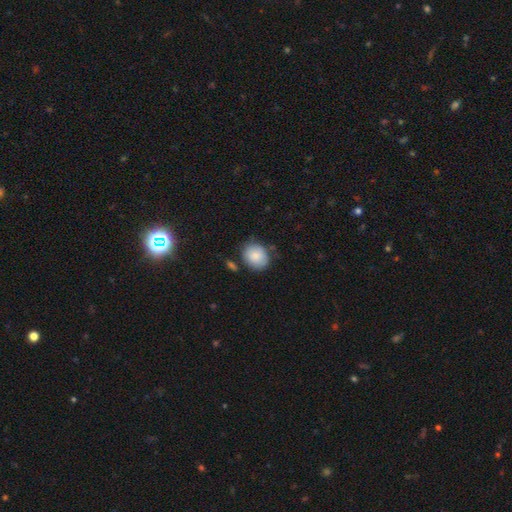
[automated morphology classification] smooth_or_featured: smooth (p=0.86) [alt: featured or disk p=0.07]
how_rounded: round (p=0.62) [alt: in between p=0.38]
merging: none (p=0.74) [alt: minor disturbance p=0.17]